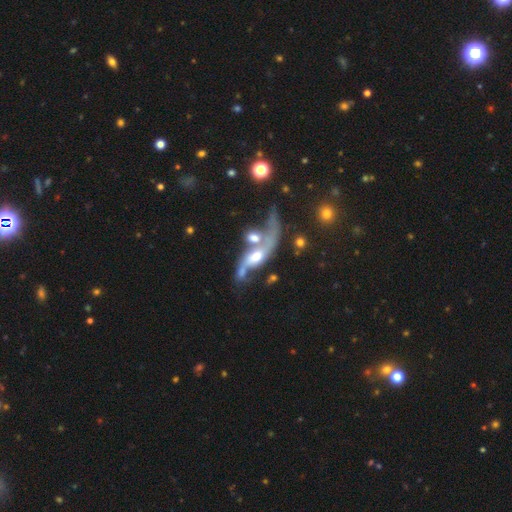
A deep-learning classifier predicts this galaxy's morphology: Q: Smooth or featured?
A: featured or disk (78%); runner-up: smooth (14%)
Q: Edge-on disk?
A: no (83%); runner-up: yes (17%)
Q: Bar?
A: no (53%); runner-up: weak (31%)
Q: Spiral arms?
A: yes (83%); runner-up: no (17%)
Q: Spiral winding?
A: loose (83%); runner-up: medium (12%)
Q: Spiral arm count?
A: 2 (82%); runner-up: 1 (8%)
Q: Bulge size?
A: moderate (57%); runner-up: small (22%)
Q: Merging?
A: merger (44%); runner-up: none (23%)